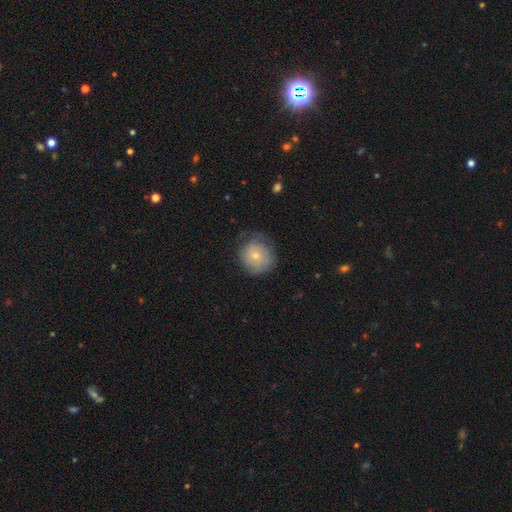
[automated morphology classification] smooth_or_featured: smooth (p=0.63) [alt: featured or disk p=0.30]
how_rounded: round (p=0.88) [alt: in between p=0.12]
merging: none (p=0.57) [alt: minor disturbance p=0.29]